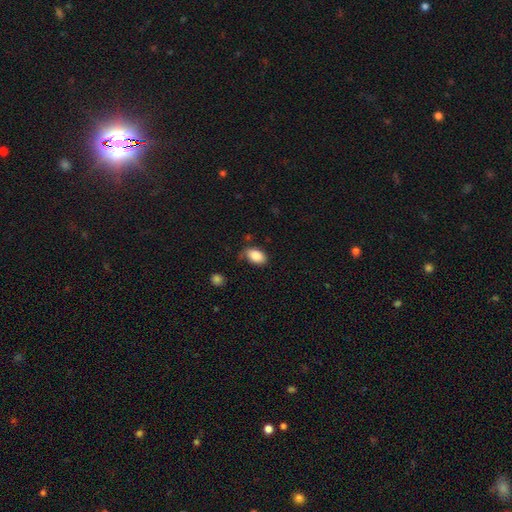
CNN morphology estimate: type=smooth (86%); roundness=in between (89%); merging=none (67%).